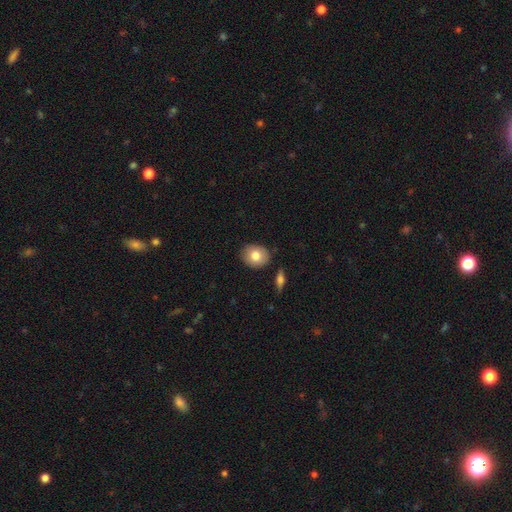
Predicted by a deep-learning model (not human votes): Smooth or featured? smooth (79%)
How rounded? round (51%)
Merging? none (84%)